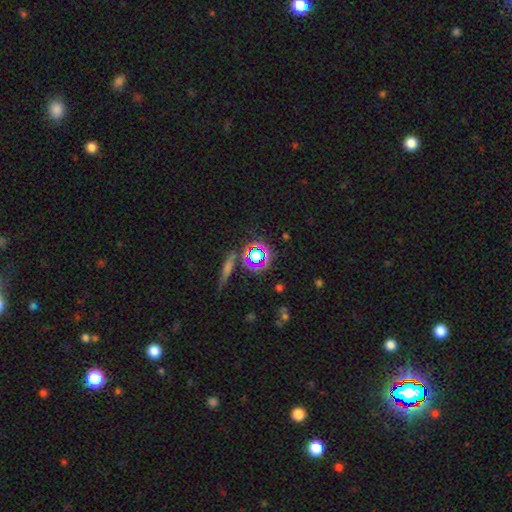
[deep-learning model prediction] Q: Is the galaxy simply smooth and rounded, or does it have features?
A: star or artifact — 55%.